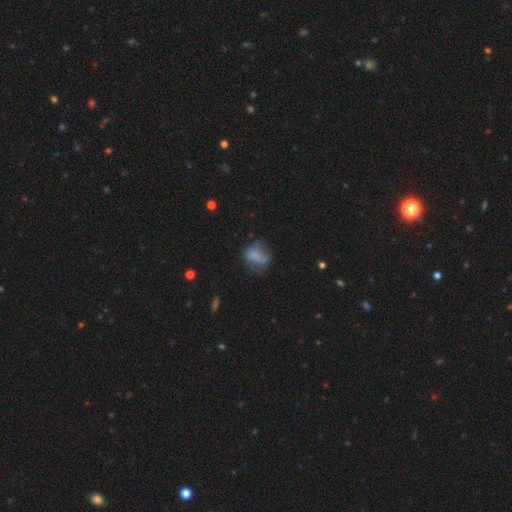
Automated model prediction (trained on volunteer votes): Smooth or featured? Predicted: smooth (p=0.60). How rounded? Predicted: in between (p=0.56). Merging? Predicted: none (p=0.40).